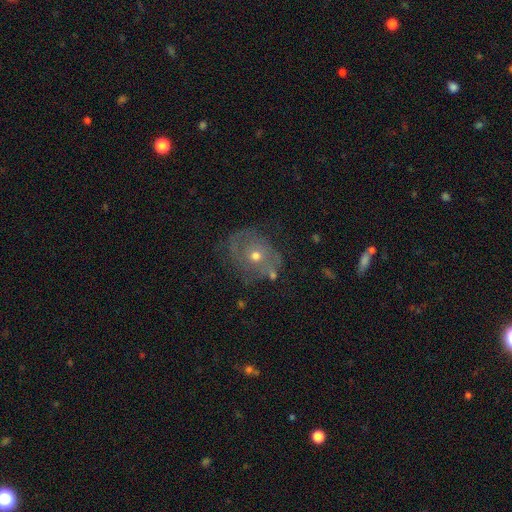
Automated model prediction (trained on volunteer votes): Smooth or featured: featured or disk — 59% (smooth — 29%)
Edge-on disk: no — 95% (yes — 5%)
Bar: no — 86% (weak — 11%)
Spiral arms: yes — 55% (no — 45%)
Bulge size: moderate — 59% (small — 36%)
Merging: none — 67% (minor disturbance — 20%)